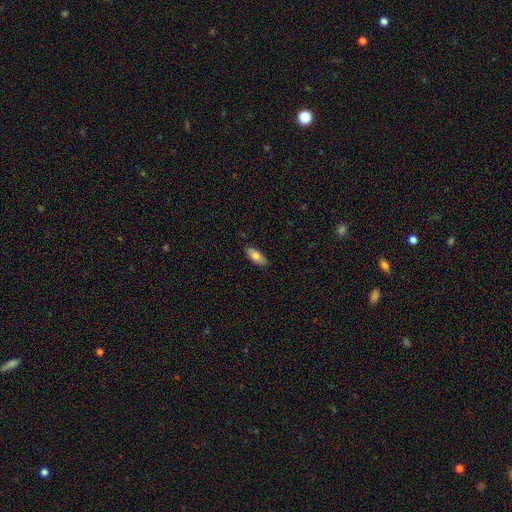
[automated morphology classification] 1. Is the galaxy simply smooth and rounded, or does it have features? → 77% smooth, 17% featured or disk, 6% star or artifact.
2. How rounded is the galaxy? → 83% in between, 15% cigar-shaped, 2% round.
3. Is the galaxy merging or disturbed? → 87% none, 10% minor disturbance, 2% major disturbance, 1% merger.